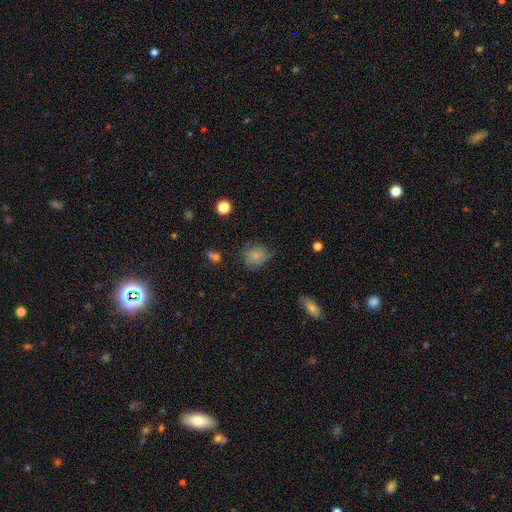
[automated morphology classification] The model was most divided on "merging": none: 64%, minor disturbance: 25%, major disturbance: 9%, merger: 2%. More confident: how rounded — round (73%); smooth or featured — smooth (73%).